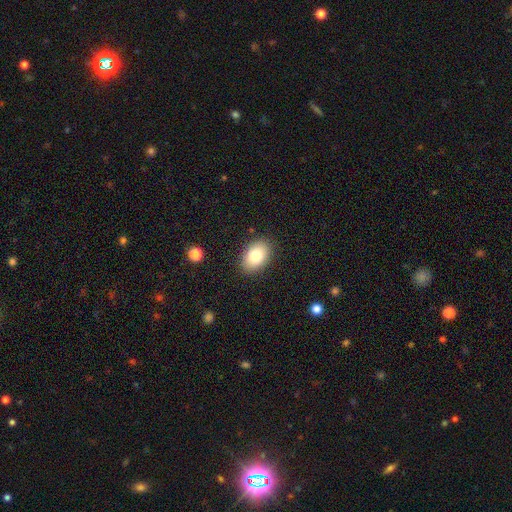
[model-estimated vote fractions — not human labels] Smooth or featured? smooth (80%)
How rounded? in between (85%)
Merging? none (87%)